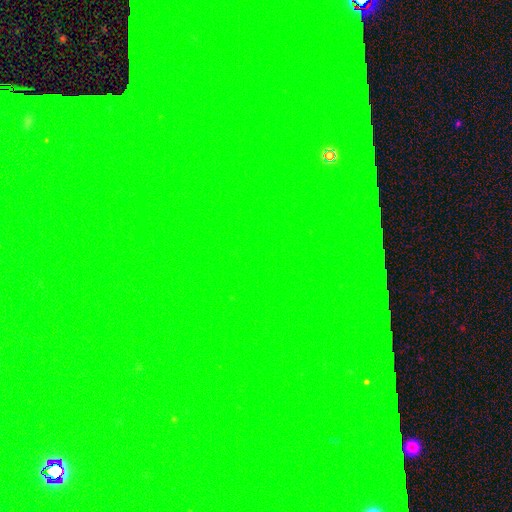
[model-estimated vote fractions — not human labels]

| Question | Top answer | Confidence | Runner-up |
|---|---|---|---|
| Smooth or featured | star or artifact | 82% | smooth (9%) |